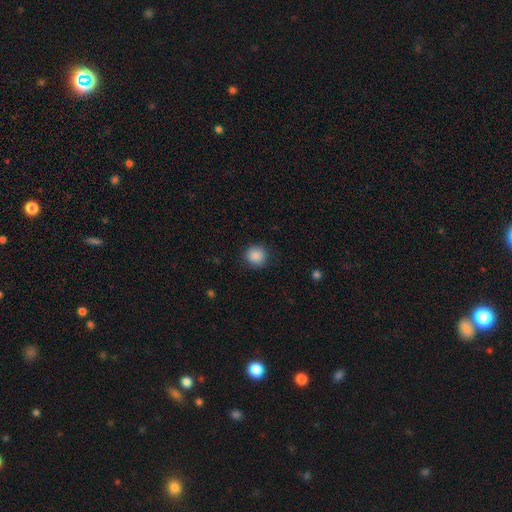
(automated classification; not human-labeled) A smooth galaxy with no disk features (88%) that is round (91%). Merging: none (87%).